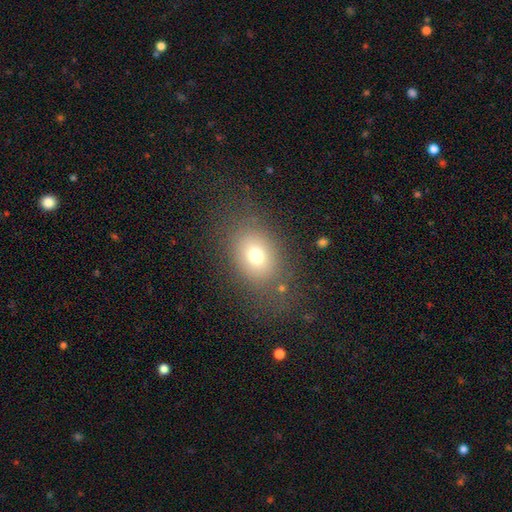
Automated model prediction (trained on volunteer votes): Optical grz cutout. It shows a smooth galaxy with no disk features (71%) that is in between round and cigar-shaped (59%). Merging: none (73%).